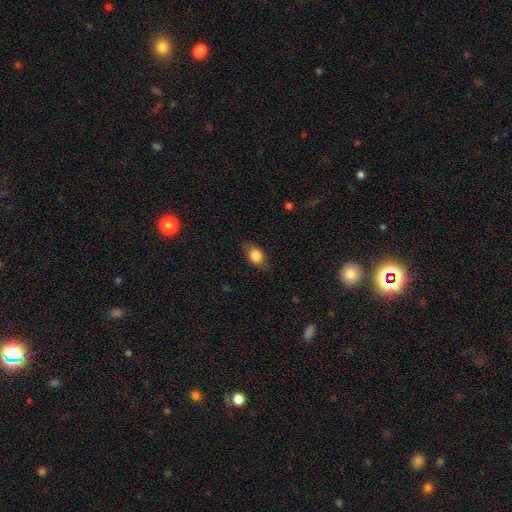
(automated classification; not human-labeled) This is likely a smooth galaxy (79%). How rounded: likely in between (76%). Merging: likely none (79%).